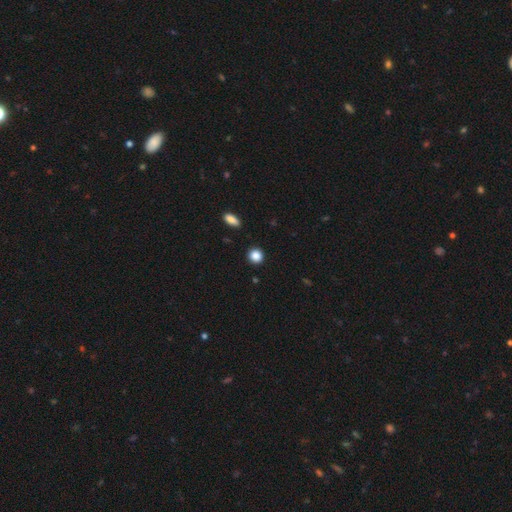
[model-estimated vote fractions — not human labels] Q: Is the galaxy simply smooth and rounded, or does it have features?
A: smooth — 87%.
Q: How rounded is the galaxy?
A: round — 91%.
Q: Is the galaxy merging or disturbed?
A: none — 91%.